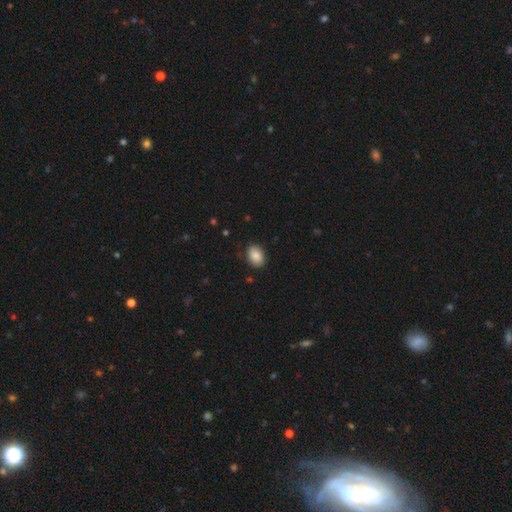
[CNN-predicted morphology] Smooth or featured? smooth (88%)
How rounded? in between (80%)
Merging? none (86%)